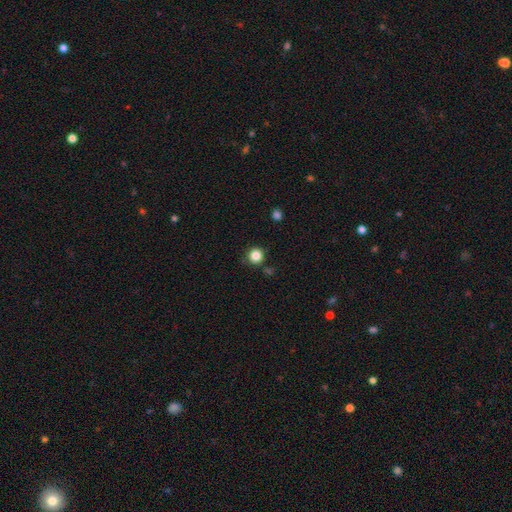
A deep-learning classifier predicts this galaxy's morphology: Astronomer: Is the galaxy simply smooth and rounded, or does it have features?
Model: smooth — 85%.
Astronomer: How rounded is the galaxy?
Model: round — 94%.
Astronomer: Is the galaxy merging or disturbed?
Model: none — 87%.